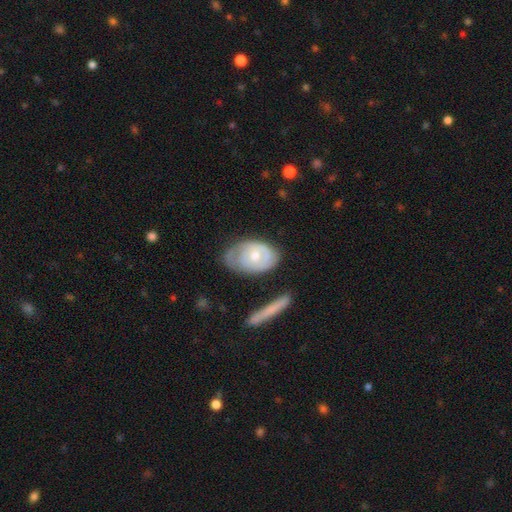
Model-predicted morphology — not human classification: type=featured or disk (59%); edge-on=no (93%); bar=no (81%); spiral arms=yes (61%); bulge=moderate (59%); merging=none (51%).